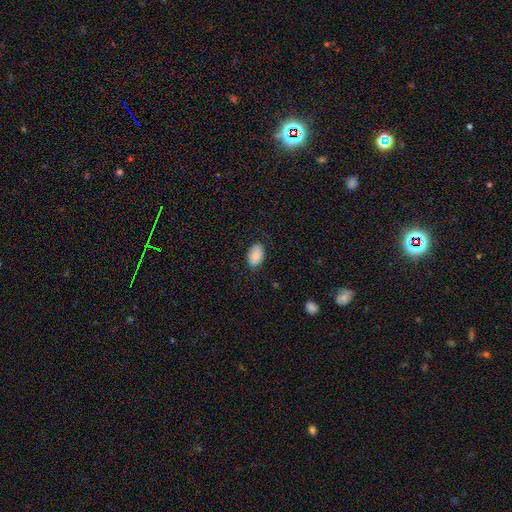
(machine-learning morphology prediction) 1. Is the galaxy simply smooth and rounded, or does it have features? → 85% smooth, 8% featured or disk, 7% star or artifact.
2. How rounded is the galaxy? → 90% in between, 9% round, 1% cigar-shaped.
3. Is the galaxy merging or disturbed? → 81% none, 15% minor disturbance, 3% major disturbance, 1% merger.